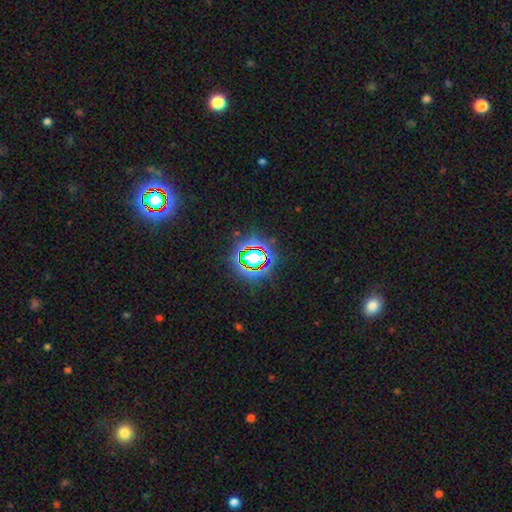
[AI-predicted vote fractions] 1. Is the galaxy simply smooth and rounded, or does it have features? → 66% star or artifact, 22% smooth, 12% featured or disk.